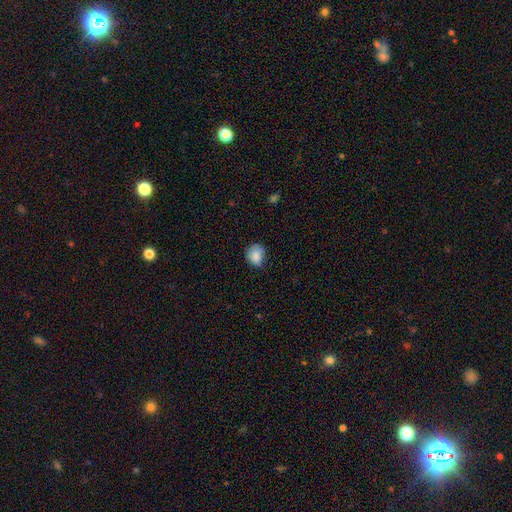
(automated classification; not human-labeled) This is clearly a smooth galaxy (84%). How rounded: likely round (62%). Merging: possibly none (58%).